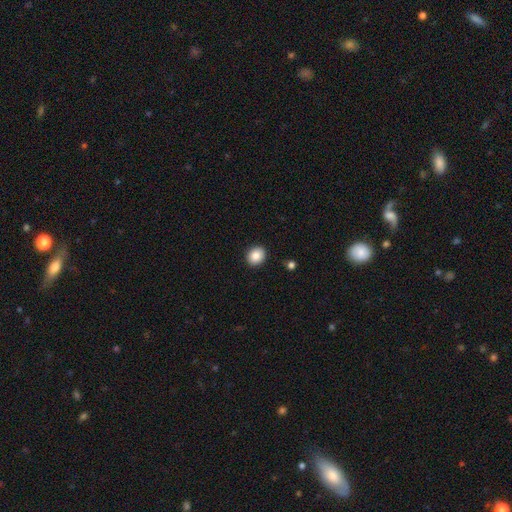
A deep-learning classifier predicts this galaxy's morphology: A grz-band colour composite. It shows a smooth galaxy with no disk features (85%) that is round (71%). Merging: none (92%).